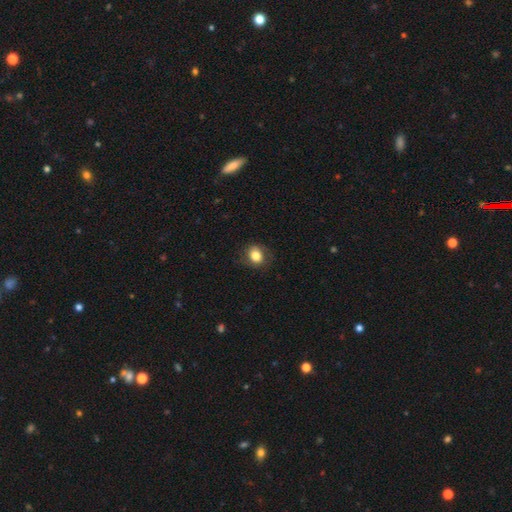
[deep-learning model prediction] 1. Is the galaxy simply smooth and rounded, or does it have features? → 80% smooth, 11% featured or disk, 9% star or artifact.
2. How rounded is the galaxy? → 56% round, 43% in between, 1% cigar-shaped.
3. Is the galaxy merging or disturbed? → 78% none, 15% minor disturbance, 6% major disturbance, 1% merger.